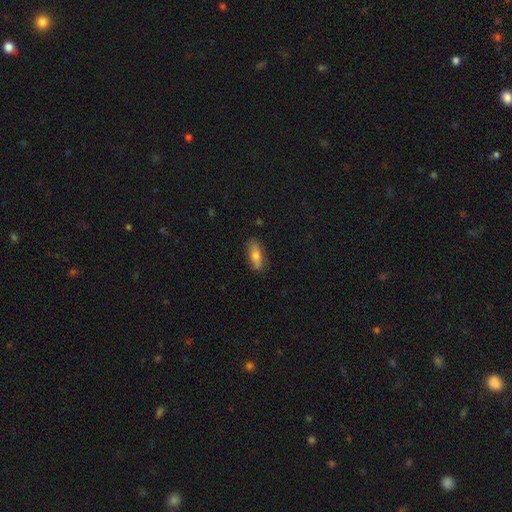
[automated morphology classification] Smooth or featured? Predicted: smooth (p=0.71). How rounded? Predicted: in between (p=0.71). Merging? Predicted: none (p=0.78).